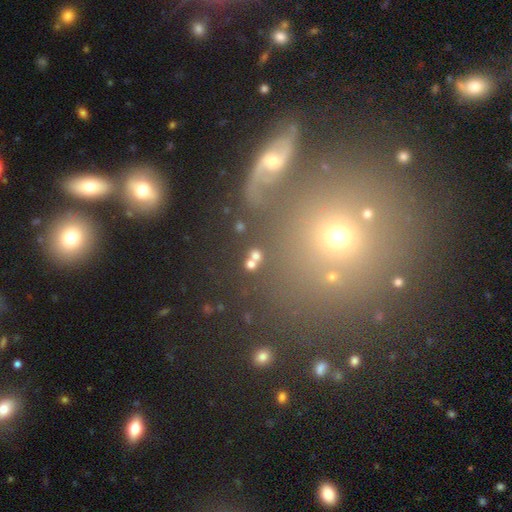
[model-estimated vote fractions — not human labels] Smooth or featured? smooth (63%)
How rounded? round (76%)
Merging? none (63%)